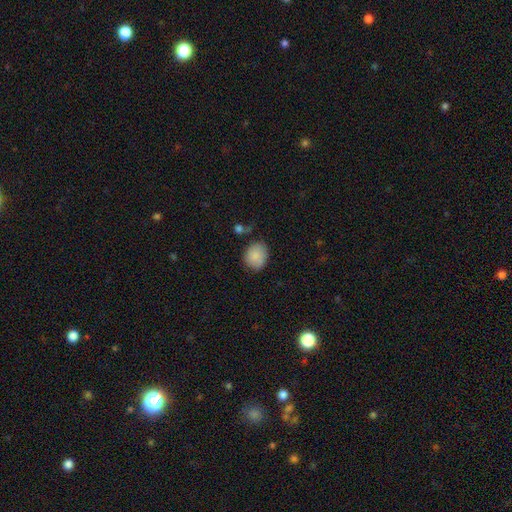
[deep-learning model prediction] Smooth or featured: smooth — 86% (star or artifact — 7%)
How rounded: round — 59% (in between — 40%)
Merging: none — 73% (minor disturbance — 19%)